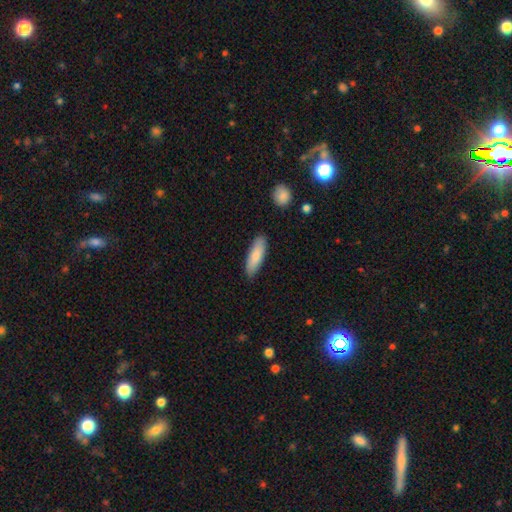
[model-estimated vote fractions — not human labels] Smooth or featured?
  - smooth: 84% *
  - featured or disk: 11%
  - star or artifact: 6%
How rounded?
  - cigar-shaped: 51% *
  - in between: 48%
  - round: 2%
Merging?
  - none: 86% *
  - minor disturbance: 10%
  - major disturbance: 2%
  - merger: 2%